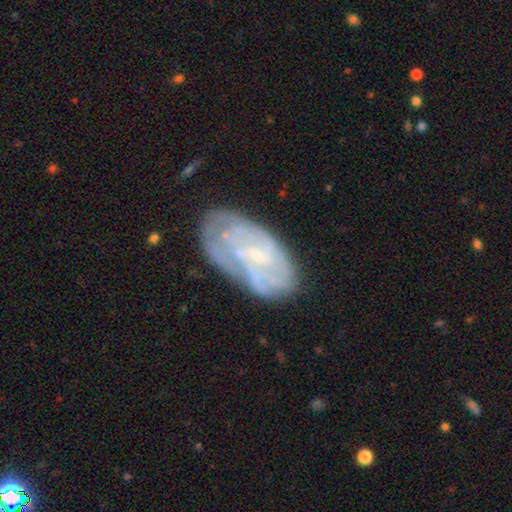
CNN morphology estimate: type=featured or disk (70%); edge-on=no (95%); bar=no (50%); spiral arms=yes (72%); bulge=small (71%); merging=none (63%).